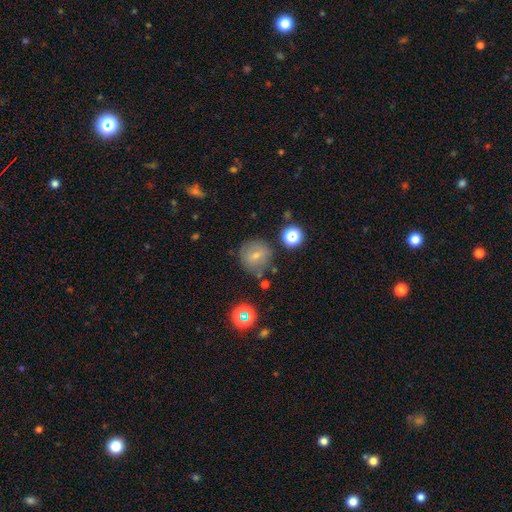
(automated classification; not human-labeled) smooth-or-featured: smooth: 65% | featured or disk: 20% | star or artifact: 14%
  how-rounded: round: 91% | in between: 8% | cigar-shaped: 1%
  merging: none: 75% | minor disturbance: 14% | merger: 6% | major disturbance: 5%